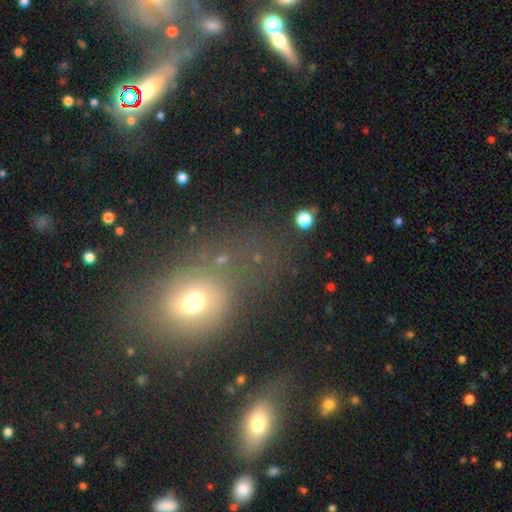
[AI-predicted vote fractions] smooth 51%, star or artifact 32%, featured or disk 17%. Down the decision tree: how rounded — in between (51%); merging — none (61%).